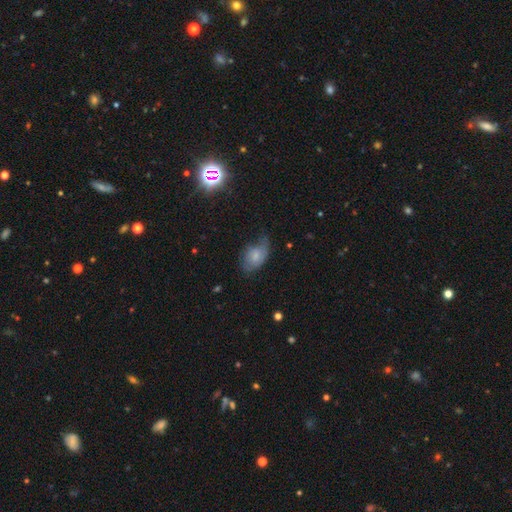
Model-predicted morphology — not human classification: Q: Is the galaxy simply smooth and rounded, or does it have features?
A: smooth — 62%.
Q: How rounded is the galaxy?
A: in between — 87%.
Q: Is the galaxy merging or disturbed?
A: none — 39%.